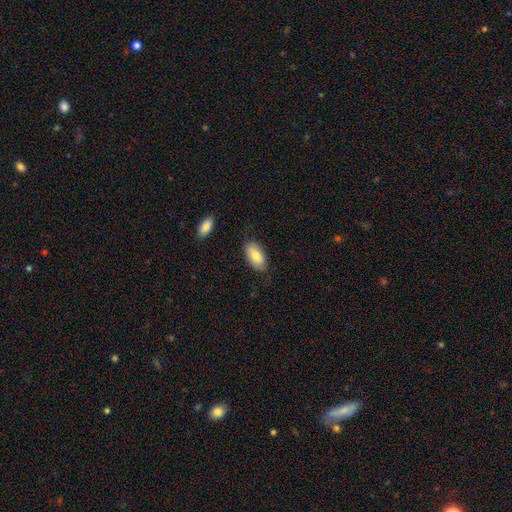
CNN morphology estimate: Smooth or featured? Predicted: smooth (p=0.81). How rounded? Predicted: in between (p=0.94). Merging? Predicted: none (p=0.76).